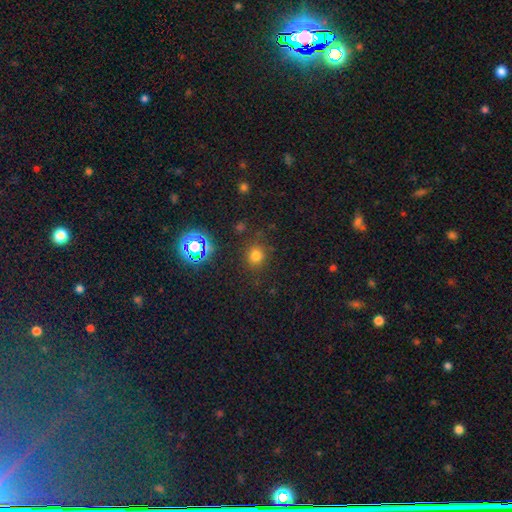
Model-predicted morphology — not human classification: smooth 71%, star or artifact 23%, featured or disk 7%. Down the decision tree: how rounded — round (84%); merging — none (82%).